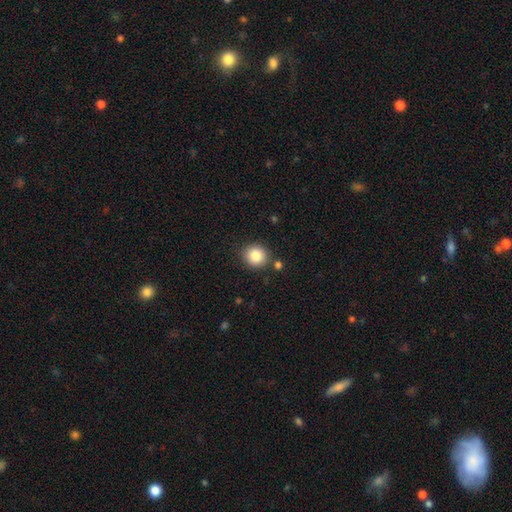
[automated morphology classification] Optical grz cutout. It shows a smooth galaxy with no disk features (85%) that is round (91%). Merging: none (85%).